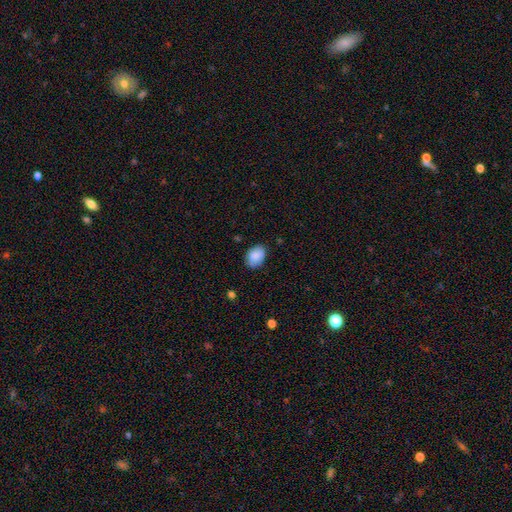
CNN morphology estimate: A smooth galaxy with no disk features (87%) that is in between round and cigar-shaped (77%).

Vote fractions:
- Smooth or featured? smooth: 87% / star or artifact: 7% / featured or disk: 6%
- How rounded? in between: 77% / round: 22% / cigar-shaped: 1%
- Merging? none: 79% / minor disturbance: 17% / major disturbance: 3% / merger: 1%